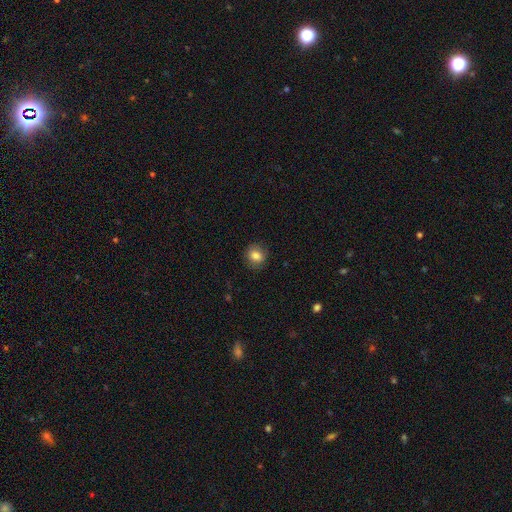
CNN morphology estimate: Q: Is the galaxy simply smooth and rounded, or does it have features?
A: smooth — 83%.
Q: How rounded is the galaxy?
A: round — 73%.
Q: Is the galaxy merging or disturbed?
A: none — 84%.